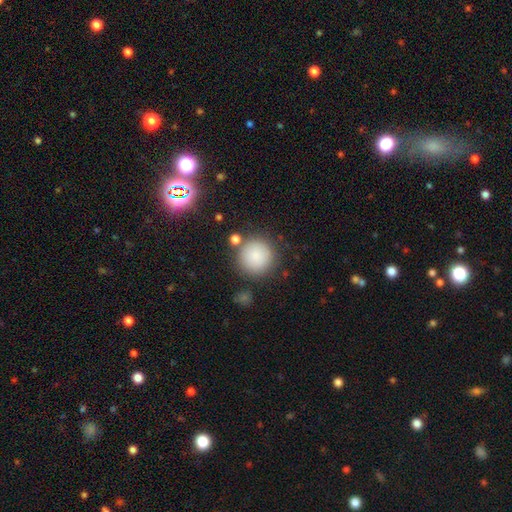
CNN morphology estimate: Smooth or featured?
  - smooth: 86% *
  - star or artifact: 8%
  - featured or disk: 6%
How rounded?
  - round: 95% *
  - in between: 4%
  - cigar-shaped: 1%
Merging?
  - none: 79% *
  - minor disturbance: 10%
  - merger: 7%
  - major disturbance: 4%